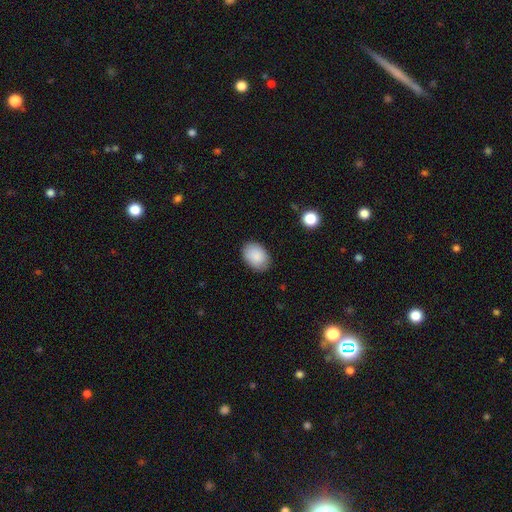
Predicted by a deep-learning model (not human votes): Smooth or featured?
  - smooth: 88% *
  - star or artifact: 7%
  - featured or disk: 5%
How rounded?
  - in between: 81% *
  - round: 18%
  - cigar-shaped: 1%
Merging?
  - none: 85% *
  - minor disturbance: 12%
  - major disturbance: 3%
  - merger: 1%